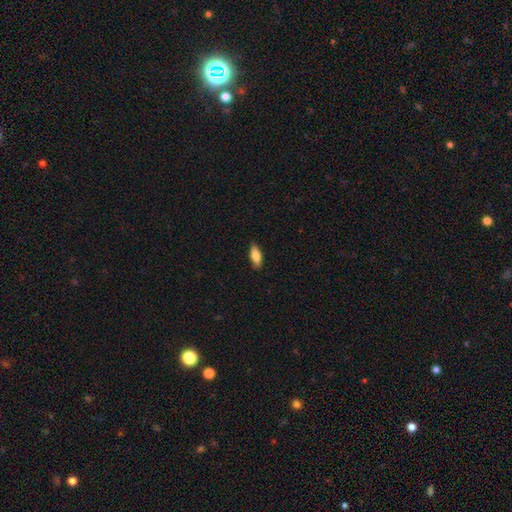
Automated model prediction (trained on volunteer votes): Smooth or featured? smooth (80%)
How rounded? in between (76%)
Merging? none (87%)